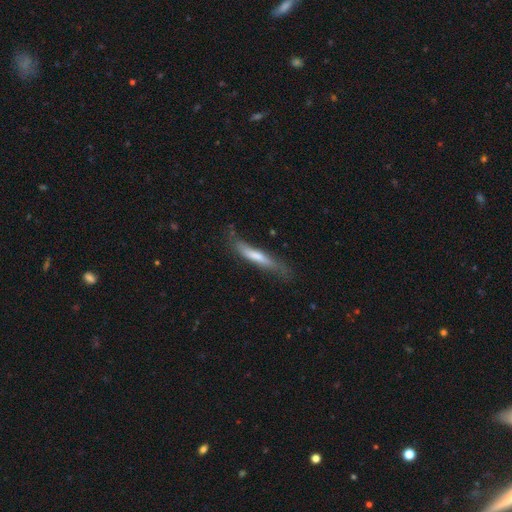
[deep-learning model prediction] smooth_or_featured: smooth (p=0.52) [alt: featured or disk p=0.41]
how_rounded: cigar-shaped (p=0.91) [alt: in between p=0.07]
merging: none (p=0.58) [alt: minor disturbance p=0.28]